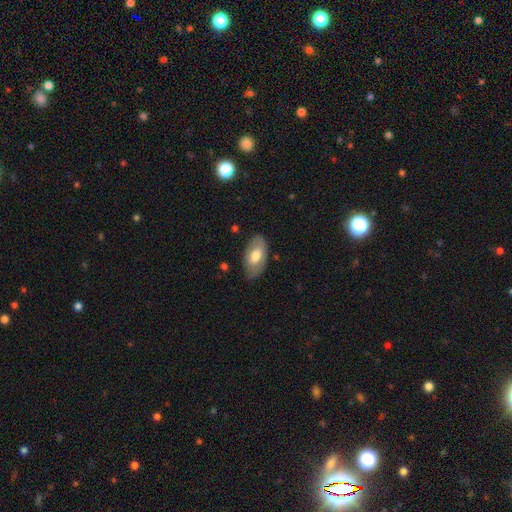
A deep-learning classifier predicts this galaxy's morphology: Smooth or featured? smooth (60%)
How rounded? in between (94%)
Merging? none (78%)